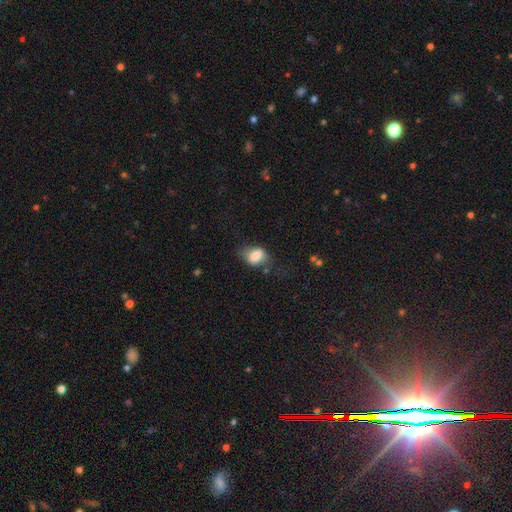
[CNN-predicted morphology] Smooth or featured?
  - smooth: 75% *
  - featured or disk: 16%
  - star or artifact: 8%
How rounded?
  - in between: 76% *
  - round: 22%
  - cigar-shaped: 2%
Merging?
  - none: 56% *
  - minor disturbance: 28%
  - major disturbance: 13%
  - merger: 3%